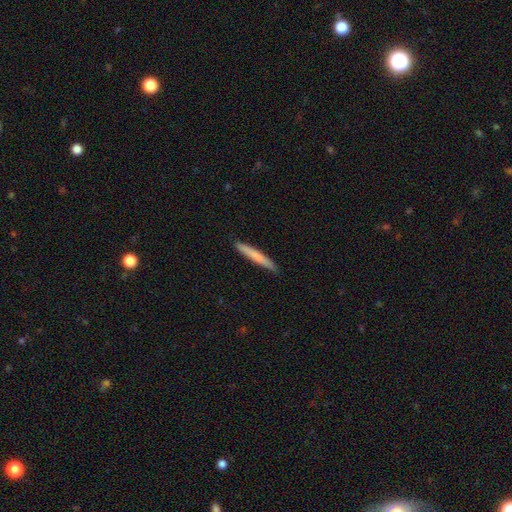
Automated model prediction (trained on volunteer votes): Smooth or featured: smooth — 69% (featured or disk — 26%)
How rounded: cigar-shaped — 96% (in between — 3%)
Merging: none — 90% (minor disturbance — 8%)